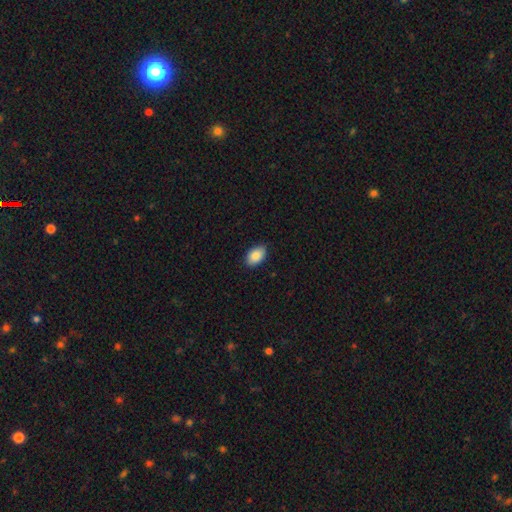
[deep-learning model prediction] Smooth or featured?
  - smooth: 88% *
  - star or artifact: 7%
  - featured or disk: 5%
How rounded?
  - in between: 91% *
  - round: 7%
  - cigar-shaped: 1%
Merging?
  - none: 85% *
  - minor disturbance: 12%
  - major disturbance: 2%
  - merger: 1%